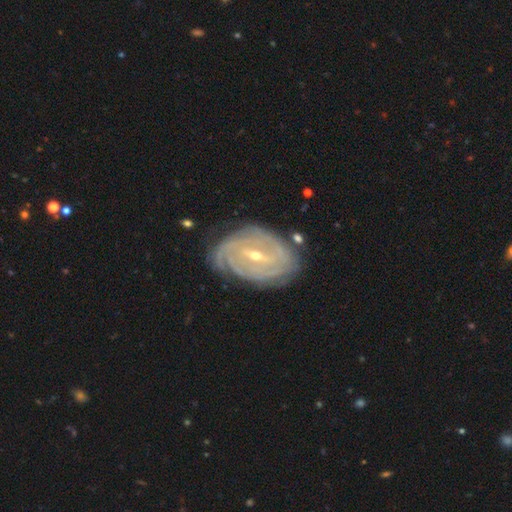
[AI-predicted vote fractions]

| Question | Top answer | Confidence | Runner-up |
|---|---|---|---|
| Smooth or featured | featured or disk | 89% | smooth (6%) |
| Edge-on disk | no | 96% | yes (4%) |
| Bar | weak | 47% | strong (38%) |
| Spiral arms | yes | 96% | no (4%) |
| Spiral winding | tight | 77% | medium (19%) |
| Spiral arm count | can't tell | 28% | 3 (22%) |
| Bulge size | small | 60% | moderate (38%) |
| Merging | none | 75% | minor disturbance (18%) |